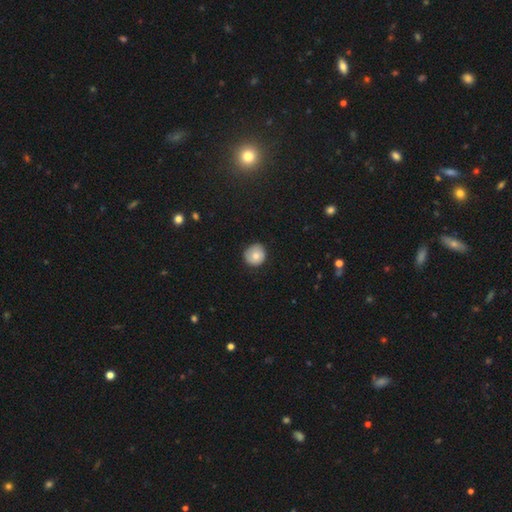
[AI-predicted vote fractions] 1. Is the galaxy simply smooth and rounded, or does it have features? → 74% smooth, 17% featured or disk, 9% star or artifact.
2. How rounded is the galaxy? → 90% round, 9% in between, 1% cigar-shaped.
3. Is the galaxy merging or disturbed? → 81% none, 15% minor disturbance, 3% major disturbance, 1% merger.